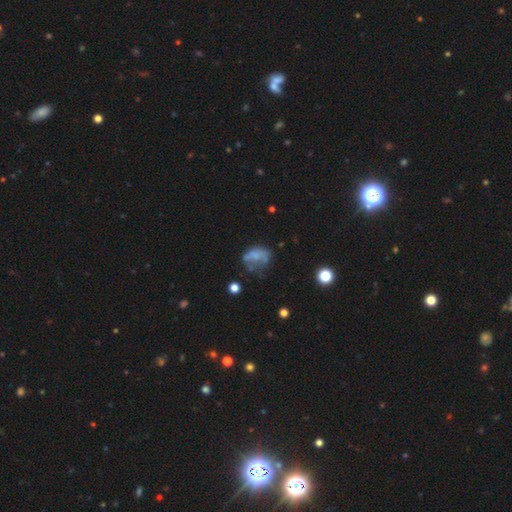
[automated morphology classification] A smooth galaxy with no disk features (48%).

Vote fractions:
- Smooth or featured? smooth: 48% / featured or disk: 36% / star or artifact: 15%
- Merging? none: 33% (tied) / major disturbance: 33% (tied) / minor disturbance: 27% / merger: 7%